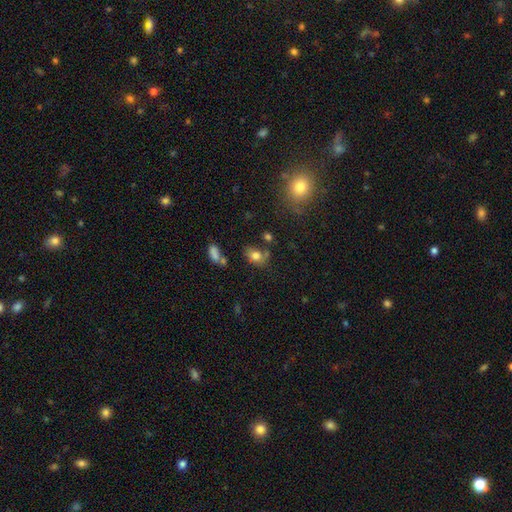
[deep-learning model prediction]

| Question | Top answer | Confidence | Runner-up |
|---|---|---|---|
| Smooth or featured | smooth | 76% | featured or disk (12%) |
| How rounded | in between | 69% | round (29%) |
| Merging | none | 57% | minor disturbance (21%) |